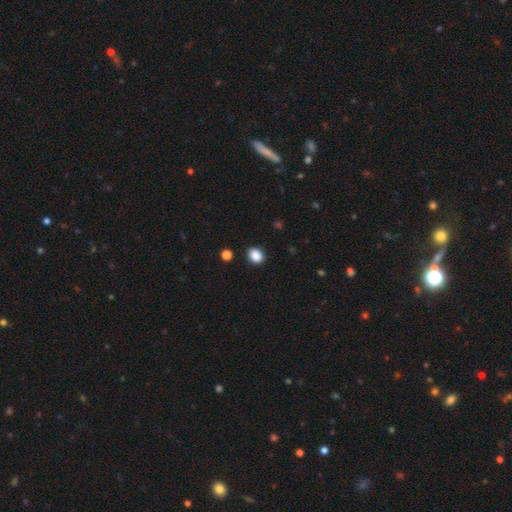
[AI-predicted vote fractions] smooth-or-featured: smooth: 88% | star or artifact: 9% | featured or disk: 3%
  how-rounded: round: 55% | in between: 44% | cigar-shaped: 1%
  merging: none: 88% | minor disturbance: 8% | major disturbance: 2% | merger: 2%